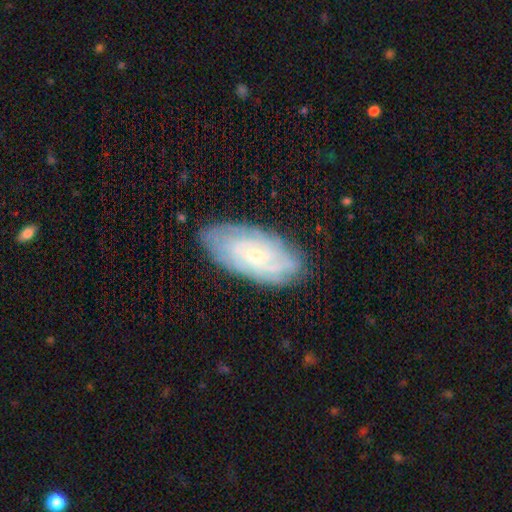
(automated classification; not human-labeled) Smooth or featured?
  - featured or disk: 68% *
  - smooth: 25%
  - star or artifact: 7%
Edge-on disk?
  - no: 91% *
  - yes: 9%
Bar?
  - no: 65% *
  - weak: 29%
  - strong: 6%
Spiral arms?
  - yes: 88% *
  - no: 12%
Spiral winding?
  - tight: 73% *
  - medium: 21%
  - loose: 6%
Spiral arm count?
  - can't tell: 58% *
  - 4: 11%
  - 2: 10%
  - 3: 9%
  - more than 4: 7%
  - 1: 4%
Bulge size?
  - small: 75% *
  - moderate: 20%
  - none: 3%
  - large: 1%
  - dominant: 1%
Merging?
  - none: 80% *
  - minor disturbance: 15%
  - major disturbance: 3%
  - merger: 1%